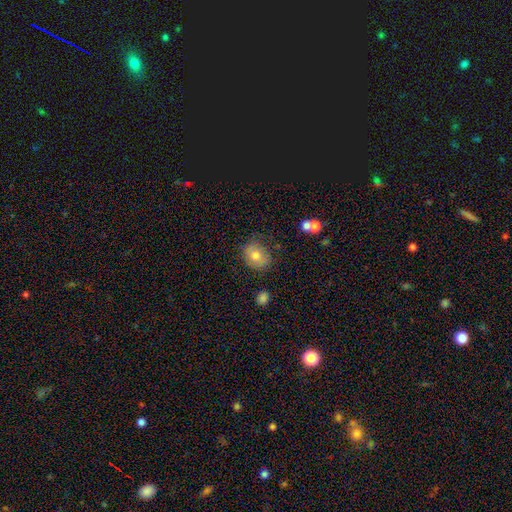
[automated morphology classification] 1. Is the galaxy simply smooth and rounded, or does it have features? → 77% smooth, 14% featured or disk, 9% star or artifact.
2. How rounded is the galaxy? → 51% round, 48% in between, 1% cigar-shaped.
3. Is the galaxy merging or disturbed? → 74% none, 18% minor disturbance, 4% major disturbance, 3% merger.